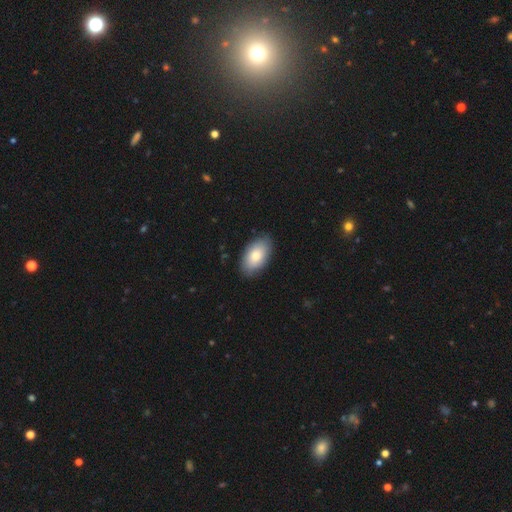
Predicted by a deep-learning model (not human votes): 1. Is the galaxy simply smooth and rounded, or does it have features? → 80% smooth, 14% featured or disk, 6% star or artifact.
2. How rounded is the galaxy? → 94% in between, 4% round, 2% cigar-shaped.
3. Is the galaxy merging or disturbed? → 86% none, 10% minor disturbance, 2% major disturbance, 1% merger.